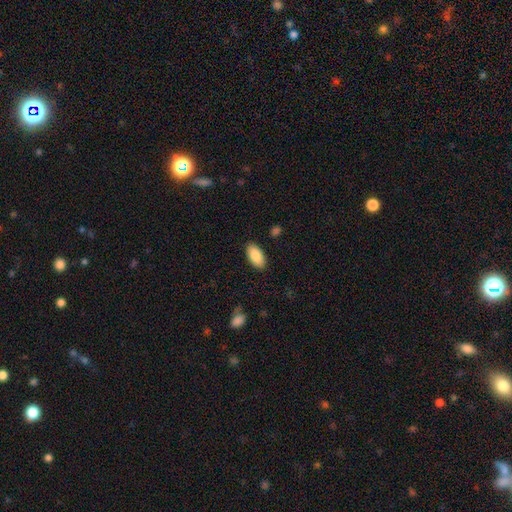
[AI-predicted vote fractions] Smooth or featured?
  - smooth: 89% *
  - star or artifact: 6%
  - featured or disk: 5%
How rounded?
  - in between: 94% *
  - cigar-shaped: 4%
  - round: 2%
Merging?
  - none: 88% *
  - minor disturbance: 9%
  - major disturbance: 2%
  - merger: 1%